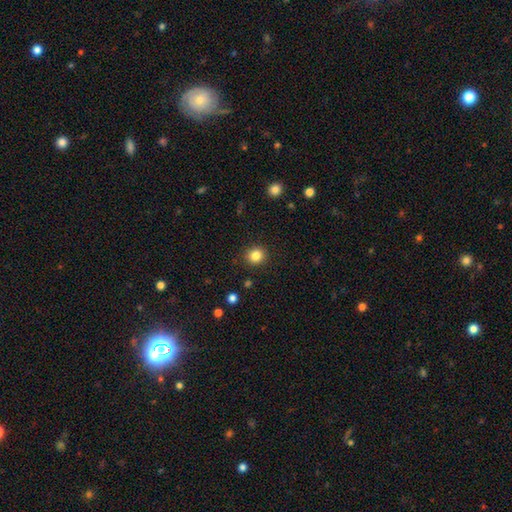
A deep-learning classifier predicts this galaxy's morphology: Q: Smooth or featured?
A: smooth (84%); runner-up: star or artifact (11%)
Q: How rounded?
A: round (85%); runner-up: in between (14%)
Q: Merging?
A: none (90%); runner-up: minor disturbance (7%)